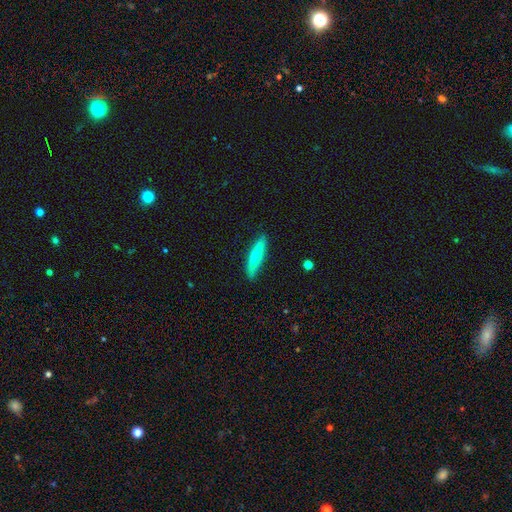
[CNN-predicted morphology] type=smooth (70%); roundness=cigar-shaped (89%); merging=none (86%).